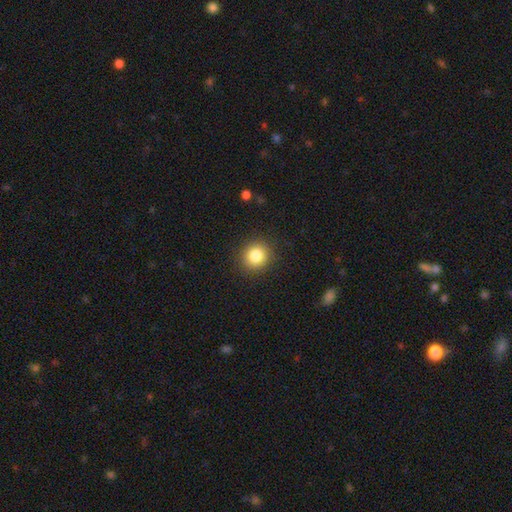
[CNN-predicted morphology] smooth_or_featured: smooth (p=0.84) [alt: star or artifact p=0.10]
how_rounded: round (p=0.89) [alt: in between p=0.10]
merging: none (p=0.90) [alt: minor disturbance p=0.06]